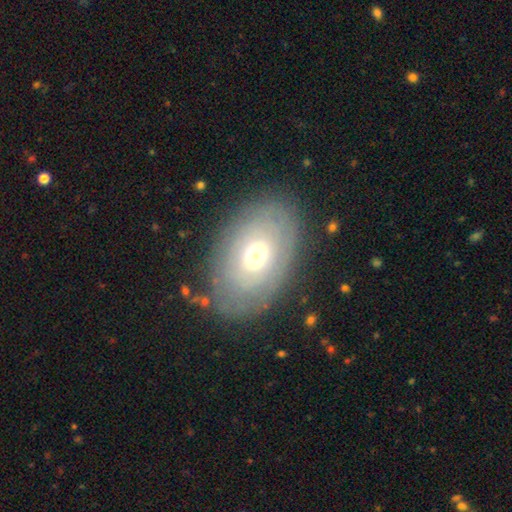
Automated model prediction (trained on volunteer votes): smooth-or-featured: featured or disk: 48% | smooth: 44% | star or artifact: 8%
  merging: none: 80% | minor disturbance: 14% | major disturbance: 5% | merger: 2%